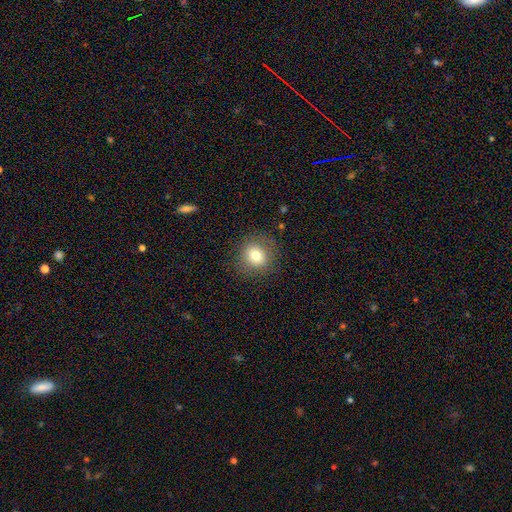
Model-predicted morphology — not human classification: type=smooth (77%); roundness=round (85%); merging=none (86%).